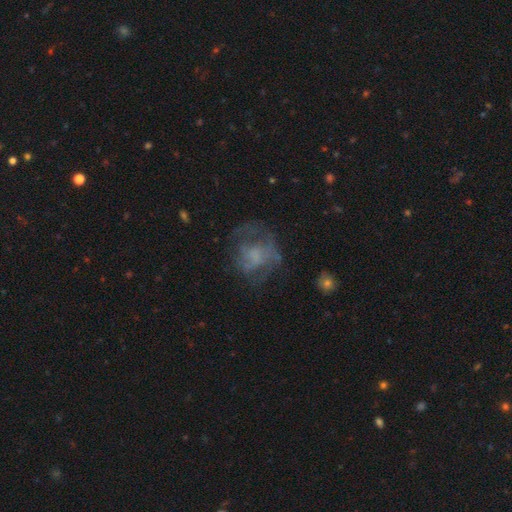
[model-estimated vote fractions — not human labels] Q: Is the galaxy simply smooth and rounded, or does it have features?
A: featured or disk — 51%.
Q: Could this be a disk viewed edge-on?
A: no — 98%.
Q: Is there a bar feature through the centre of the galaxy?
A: no — 78%.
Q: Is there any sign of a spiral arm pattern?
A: no — 60%.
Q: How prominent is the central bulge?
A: none — 51%.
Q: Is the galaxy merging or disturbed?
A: none — 47%.